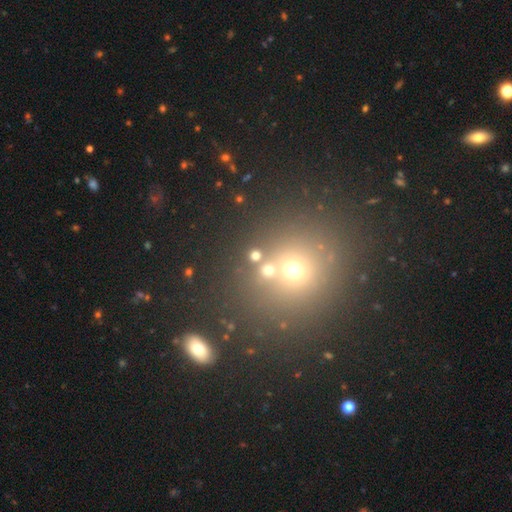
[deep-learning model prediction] Smooth or featured? Predicted: smooth (p=0.64). How rounded? Predicted: round (p=0.87). Merging? Predicted: none (p=0.72).